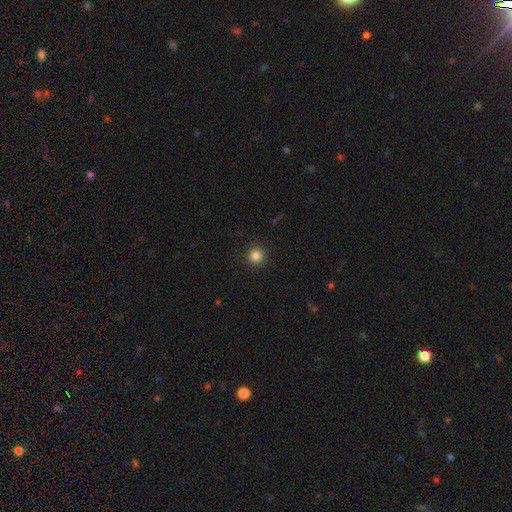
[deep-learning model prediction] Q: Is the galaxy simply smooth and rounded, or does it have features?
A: smooth — 84%.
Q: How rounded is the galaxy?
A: round — 95%.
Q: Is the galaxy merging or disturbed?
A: none — 93%.